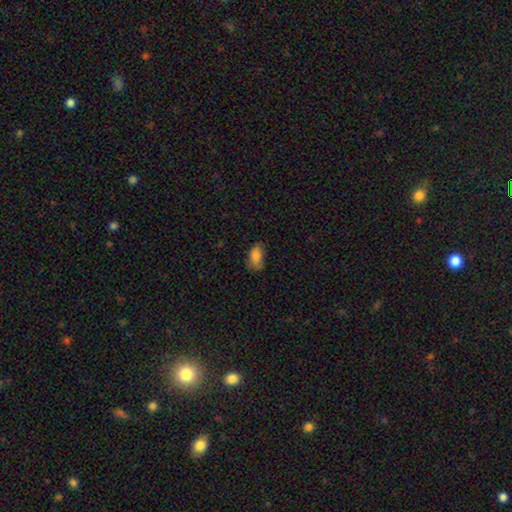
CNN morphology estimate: This is clearly a smooth galaxy (84%). How rounded: clearly in between (92%). Merging: likely none (71%).